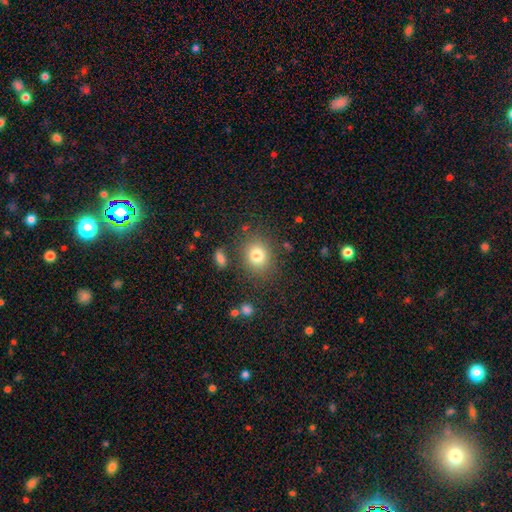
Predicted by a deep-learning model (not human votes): The model was most divided on "how rounded": round: 70%, in between: 29%, cigar-shaped: 1%. More confident: merging — none (81%); smooth or featured — smooth (79%).